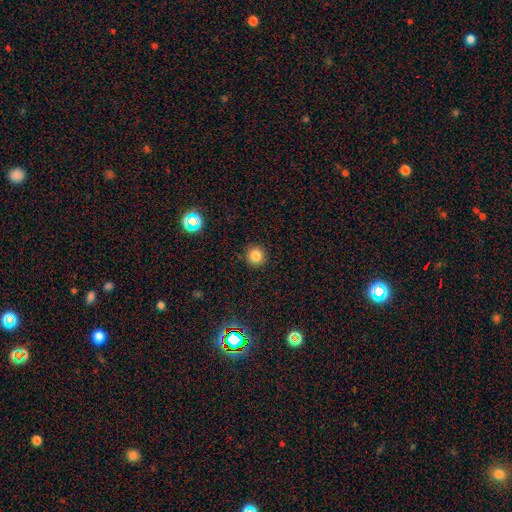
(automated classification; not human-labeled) Smooth or featured?
  - smooth: 81% *
  - star or artifact: 14%
  - featured or disk: 5%
How rounded?
  - round: 94% *
  - in between: 5%
  - cigar-shaped: 1%
Merging?
  - none: 90% *
  - minor disturbance: 6%
  - major disturbance: 2%
  - merger: 1%